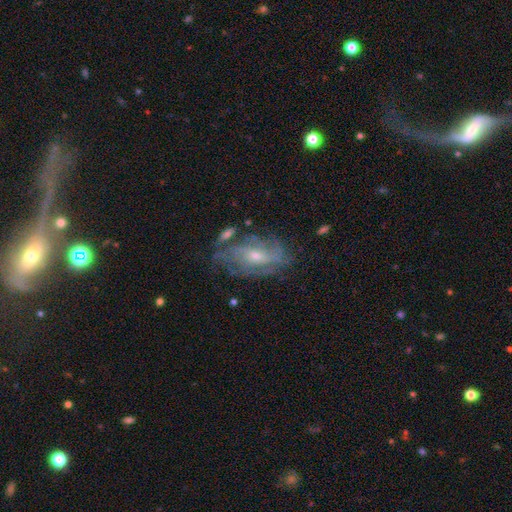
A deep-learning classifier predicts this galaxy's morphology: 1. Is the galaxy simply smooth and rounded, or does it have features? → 76% featured or disk, 15% smooth, 9% star or artifact.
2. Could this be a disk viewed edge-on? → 93% no, 7% yes.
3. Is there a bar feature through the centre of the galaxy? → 58% no, 34% weak, 8% strong.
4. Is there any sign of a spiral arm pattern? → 86% yes, 14% no.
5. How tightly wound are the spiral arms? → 48% tight, 36% medium, 15% loose.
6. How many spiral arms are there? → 46% can't tell, 19% 2, 15% 3, 10% 4, 5% more than 4, 5% 1.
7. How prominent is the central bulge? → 55% small, 40% moderate, 2% large, 2% none, 1% dominant.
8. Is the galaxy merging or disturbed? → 64% none, 20% minor disturbance, 11% major disturbance, 6% merger.